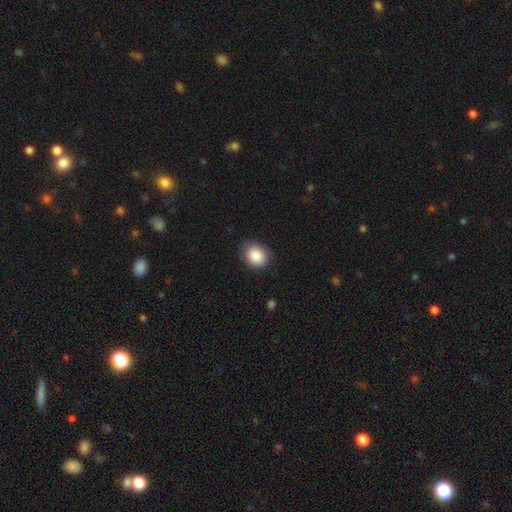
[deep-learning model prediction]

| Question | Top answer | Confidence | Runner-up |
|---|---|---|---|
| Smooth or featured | smooth | 88% | star or artifact (8%) |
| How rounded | in between | 51% | round (49%) |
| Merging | none | 83% | minor disturbance (13%) |